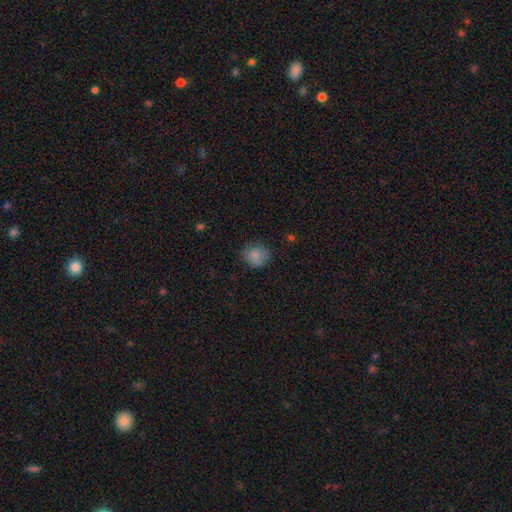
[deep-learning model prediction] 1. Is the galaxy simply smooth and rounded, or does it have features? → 83% smooth, 9% star or artifact, 7% featured or disk.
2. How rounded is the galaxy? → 76% round, 23% in between, 1% cigar-shaped.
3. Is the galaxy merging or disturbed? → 72% none, 20% minor disturbance, 6% major disturbance, 1% merger.